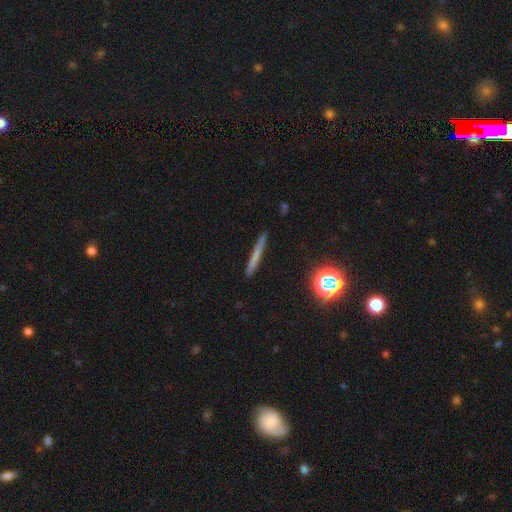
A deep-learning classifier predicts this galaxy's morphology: Smooth or featured: smooth — 60% (featured or disk — 27%)
How rounded: cigar-shaped — 95% (round — 3%)
Merging: none — 90% (minor disturbance — 7%)